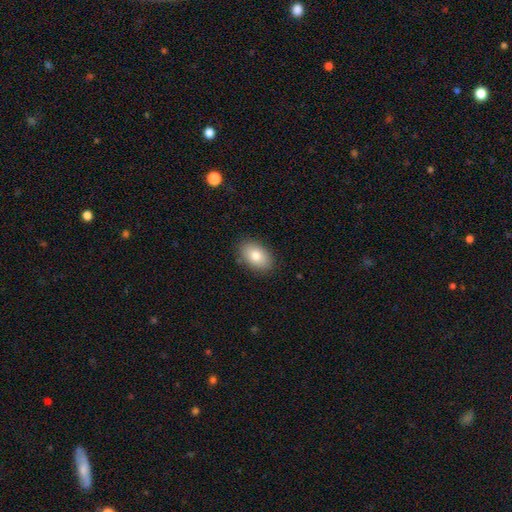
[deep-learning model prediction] Morphology: type=smooth (80%); roundness=in between (89%); merging=none (86%).